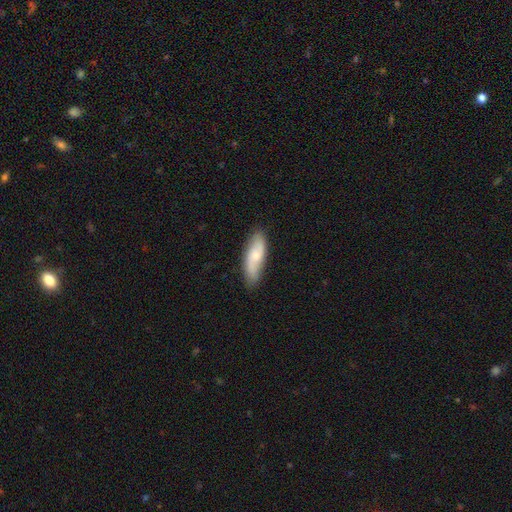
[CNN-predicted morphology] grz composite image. It shows a smooth galaxy with no disk features (57%) that is in between round and cigar-shaped (56%). Merging: none (80%).